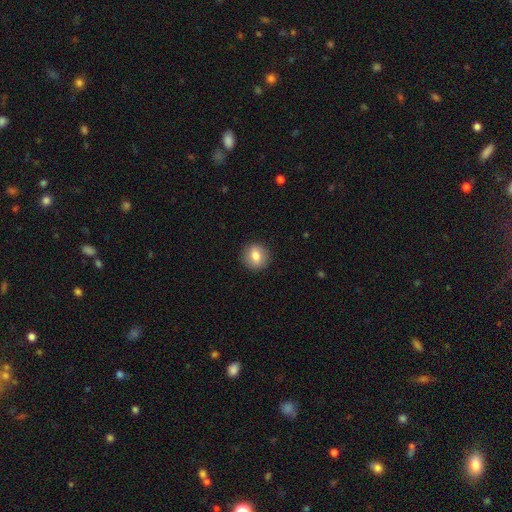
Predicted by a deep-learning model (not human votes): A smooth galaxy with no disk features (77%) that is round (84%).

Vote fractions:
- Smooth or featured? smooth: 77% / featured or disk: 14% / star or artifact: 9%
- How rounded? round: 84% / in between: 14% / cigar-shaped: 1%
- Merging? none: 90% / minor disturbance: 7% / major disturbance: 2% / merger: 1%